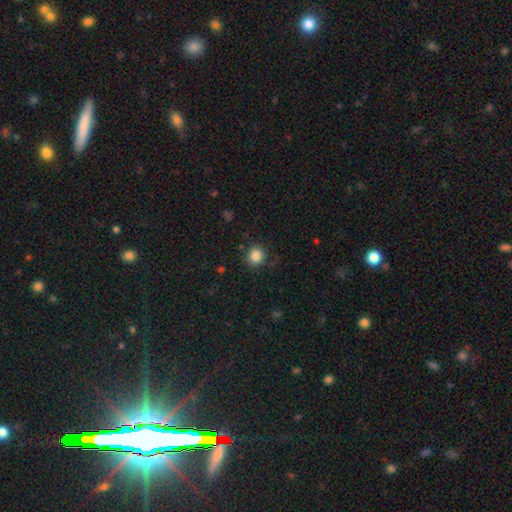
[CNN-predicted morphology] Smooth or featured?
  - smooth: 85% *
  - star or artifact: 11%
  - featured or disk: 4%
How rounded?
  - round: 89% *
  - in between: 10%
  - cigar-shaped: 1%
Merging?
  - none: 84% *
  - minor disturbance: 10%
  - major disturbance: 4%
  - merger: 2%